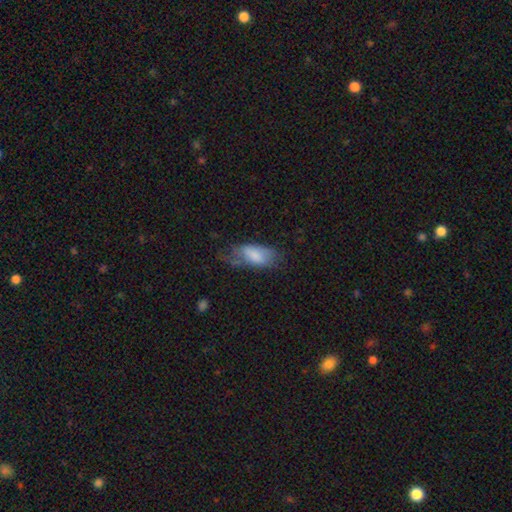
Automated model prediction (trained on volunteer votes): smooth_or_featured: smooth (p=0.71) [alt: featured or disk p=0.22]
how_rounded: in between (p=0.90) [alt: cigar-shaped p=0.07]
merging: none (p=0.36) [alt: minor disturbance p=0.33]